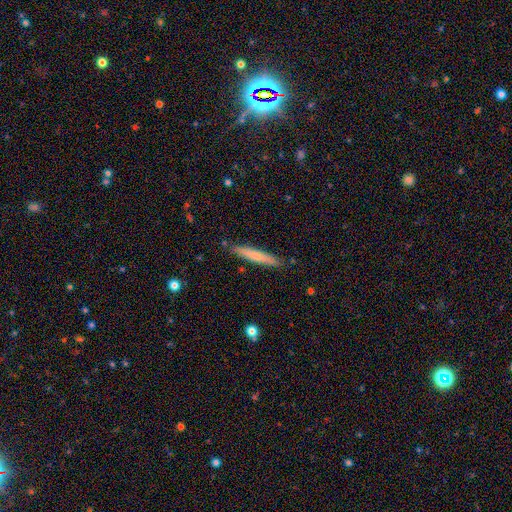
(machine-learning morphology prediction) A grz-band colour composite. It shows a smooth galaxy with no disk features (67%) that is cigar-shaped (95%). Merging: none (88%).